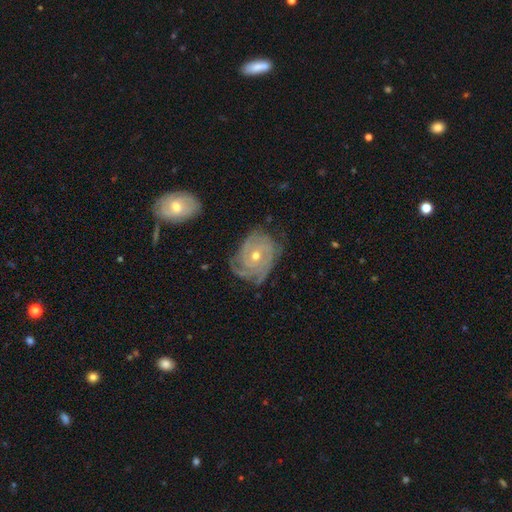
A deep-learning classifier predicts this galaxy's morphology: This is clearly a featured or disk galaxy (87%). It is clearly not viewed edge-on (97%). Bar: likely no (73%). Spiral arm pattern: clearly yes (96%). Spiral arm count: marginally 3 (34%). Spiral winding: likely tight (74%). Central bulge: possibly moderate (52%). Merging: likely none (65%).